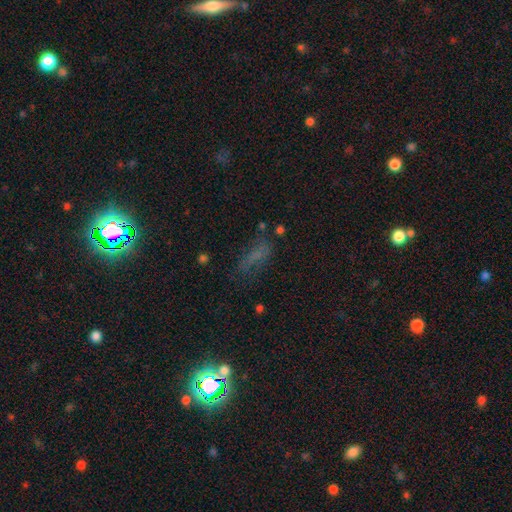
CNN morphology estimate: Smooth or featured? Predicted: smooth (p=0.48). Merging? Predicted: none (p=0.51).